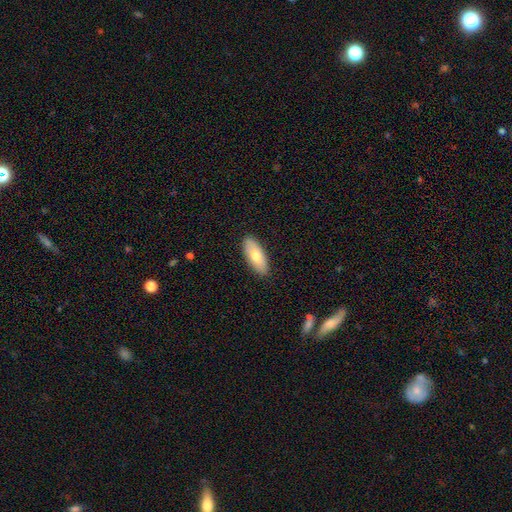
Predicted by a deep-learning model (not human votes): smooth-or-featured: smooth: 73% | featured or disk: 21% | star or artifact: 6%
  how-rounded: in between: 82% | cigar-shaped: 16% | round: 2%
  merging: none: 88% | minor disturbance: 9% | major disturbance: 2% | merger: 1%